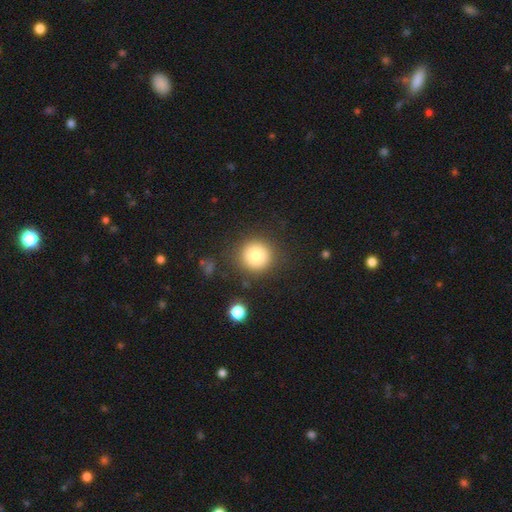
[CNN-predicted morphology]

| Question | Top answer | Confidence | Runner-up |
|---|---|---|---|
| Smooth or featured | smooth | 81% | star or artifact (10%) |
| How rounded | round | 95% | in between (4%) |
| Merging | none | 85% | minor disturbance (9%) |